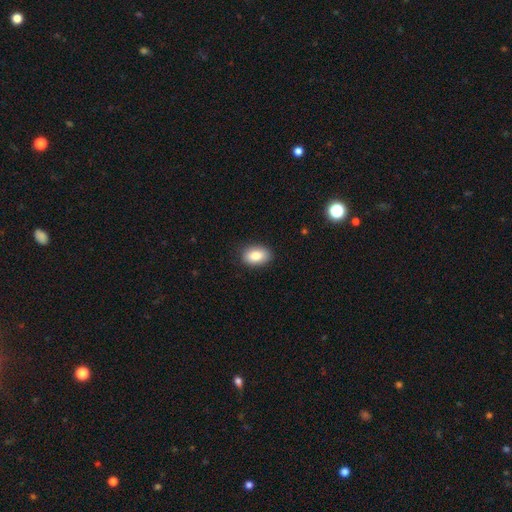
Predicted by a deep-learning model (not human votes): Smooth or featured?
  - smooth: 85% *
  - featured or disk: 8%
  - star or artifact: 8%
How rounded?
  - in between: 87% *
  - round: 12%
  - cigar-shaped: 1%
Merging?
  - none: 87% *
  - minor disturbance: 10%
  - major disturbance: 2%
  - merger: 1%